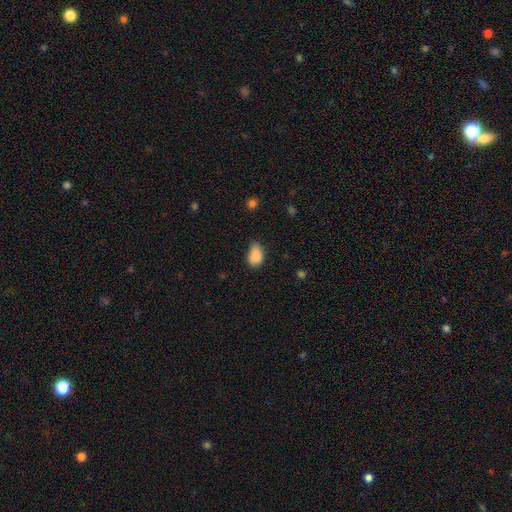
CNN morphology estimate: Q: Smooth or featured?
A: smooth (86%); runner-up: star or artifact (8%)
Q: How rounded?
A: in between (87%); runner-up: round (11%)
Q: Merging?
A: none (58%); runner-up: minor disturbance (34%)